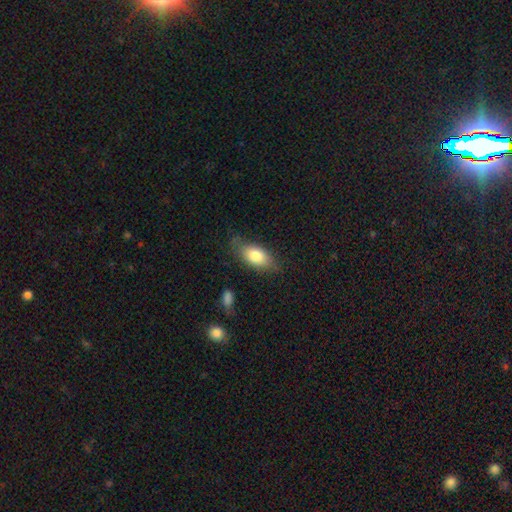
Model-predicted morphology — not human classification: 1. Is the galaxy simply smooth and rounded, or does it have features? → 78% smooth, 15% featured or disk, 6% star or artifact.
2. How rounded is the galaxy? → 88% in between, 8% cigar-shaped, 4% round.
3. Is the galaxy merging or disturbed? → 70% none, 22% minor disturbance, 6% major disturbance, 2% merger.